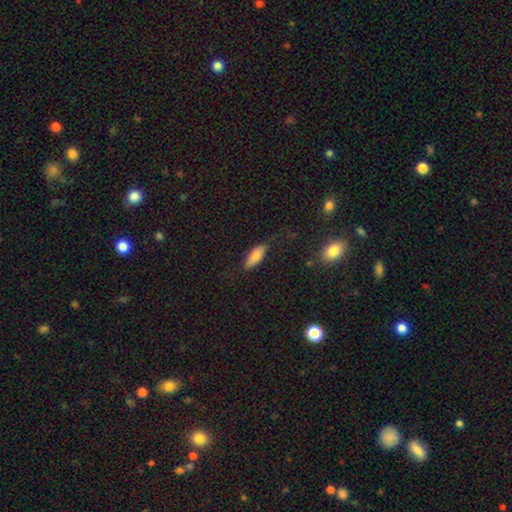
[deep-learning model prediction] Smooth or featured? smooth (79%)
How rounded? in between (69%)
Merging? none (70%)